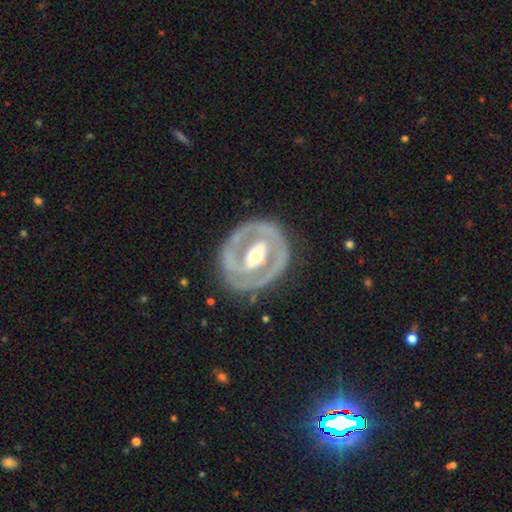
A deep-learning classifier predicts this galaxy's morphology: A featured or disk galaxy (78%) with a strong bar (38%), no spiral arms (57%) and a moderate central bulge (73%). Merging: none (74%).